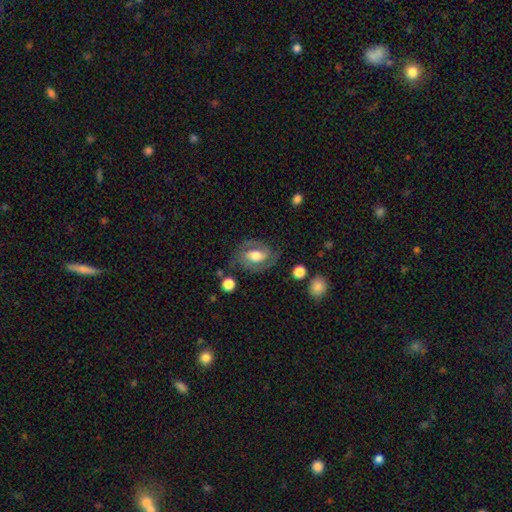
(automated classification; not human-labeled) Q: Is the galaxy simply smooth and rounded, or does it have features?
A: featured or disk — 68%.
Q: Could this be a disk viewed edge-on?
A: no — 95%.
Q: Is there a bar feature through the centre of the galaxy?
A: weak — 42%.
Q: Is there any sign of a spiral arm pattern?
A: yes — 86%.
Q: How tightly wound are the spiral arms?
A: medium — 48%.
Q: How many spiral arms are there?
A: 2 — 82%.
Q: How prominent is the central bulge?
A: moderate — 54%.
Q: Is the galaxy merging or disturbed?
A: none — 70%.